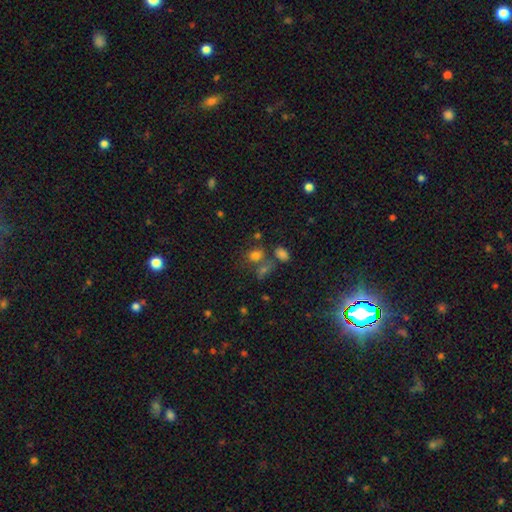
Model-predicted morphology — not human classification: Smooth or featured? Predicted: smooth (p=0.72). How rounded? Predicted: in between (p=0.52). Merging? Predicted: none (p=0.52).